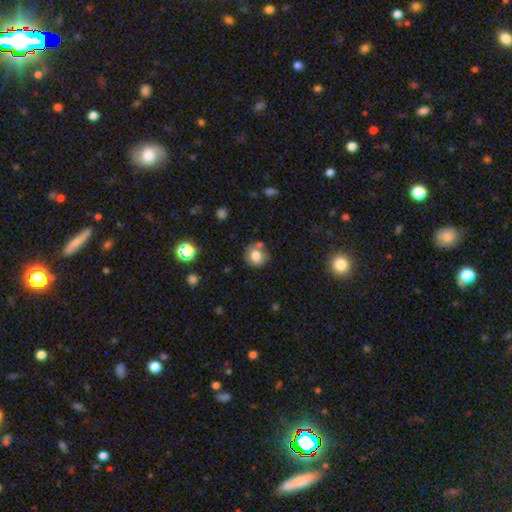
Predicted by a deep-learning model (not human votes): The model was most divided on "merging": none: 65%, minor disturbance: 16%, merger: 14%, major disturbance: 4%. More confident: how rounded — round (86%); smooth or featured — smooth (76%).